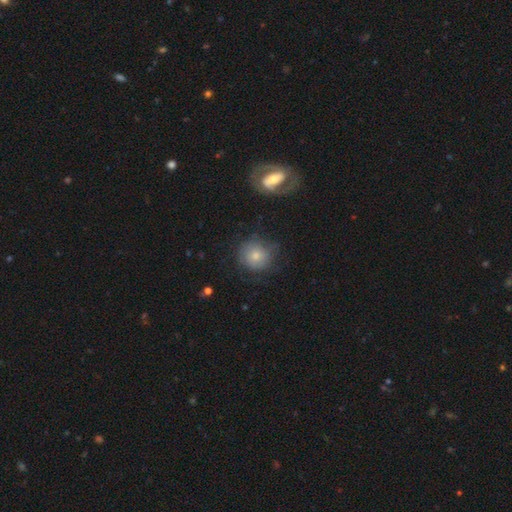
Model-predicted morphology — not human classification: Smooth or featured?
  - smooth: 72% *
  - featured or disk: 18%
  - star or artifact: 10%
How rounded?
  - round: 90% *
  - in between: 9%
  - cigar-shaped: 1%
Merging?
  - none: 68% *
  - minor disturbance: 20%
  - major disturbance: 9%
  - merger: 3%